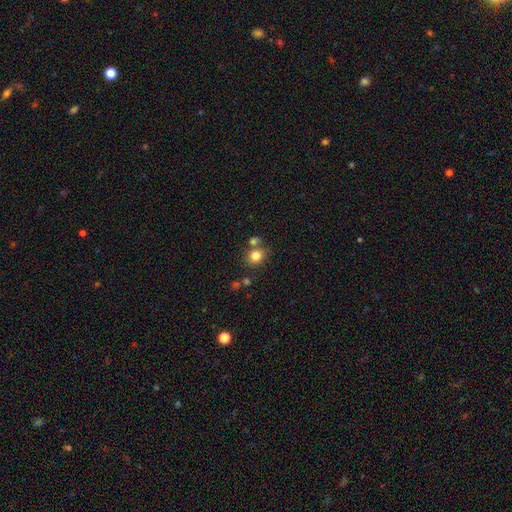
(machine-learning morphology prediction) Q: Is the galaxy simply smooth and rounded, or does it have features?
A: smooth — 80%.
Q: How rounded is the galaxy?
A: round — 73%.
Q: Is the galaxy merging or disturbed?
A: none — 64%.